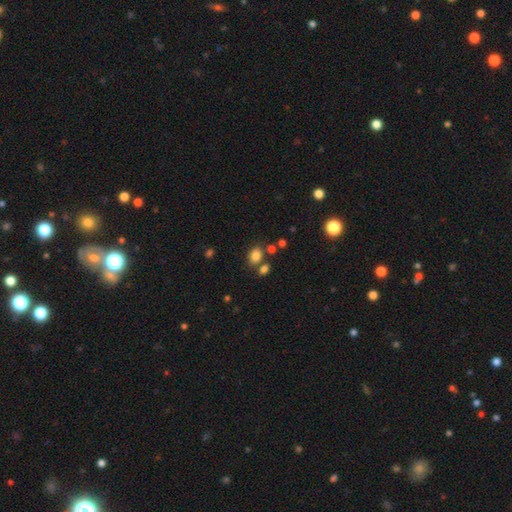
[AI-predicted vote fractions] The model was most divided on "how rounded": in between: 66%, round: 33%, cigar-shaped: 1%. More confident: smooth or featured — smooth (81%); merging — none (67%).